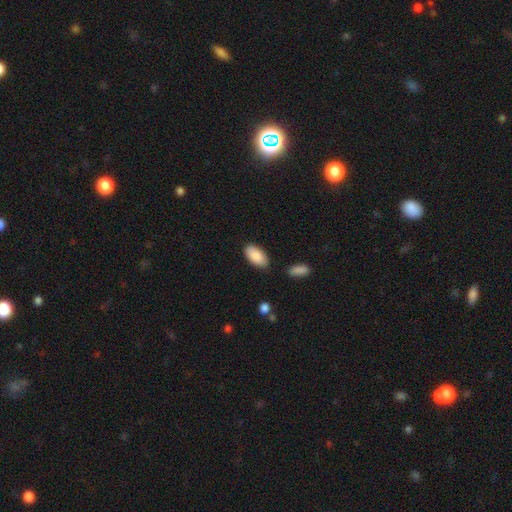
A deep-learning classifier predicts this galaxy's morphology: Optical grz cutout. It shows a smooth galaxy with no disk features (89%) that is in between round and cigar-shaped (94%). Merging: none (81%).